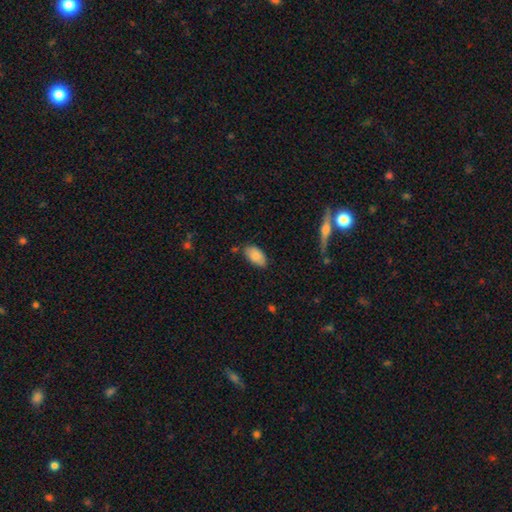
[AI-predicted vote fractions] smooth 85%, featured or disk 9%, star or artifact 7%. Down the decision tree: how rounded — in between (94%); merging — none (79%).